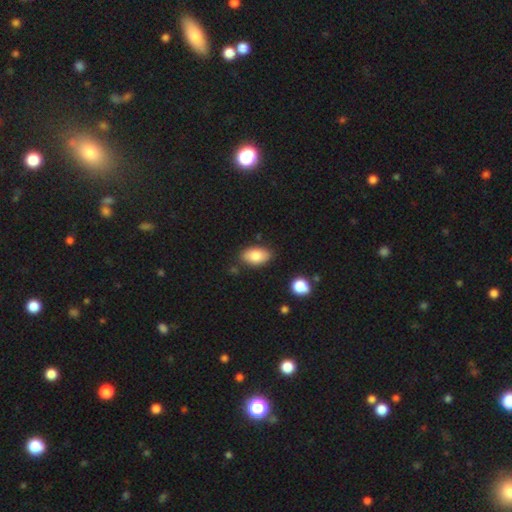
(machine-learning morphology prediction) This is clearly a smooth galaxy (82%). How rounded: clearly in between (92%). Merging: clearly none (82%).